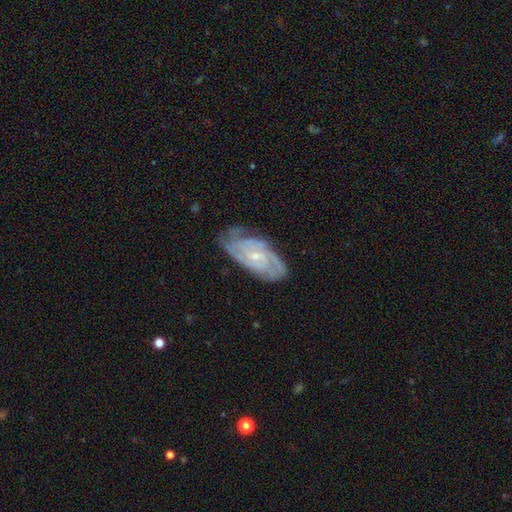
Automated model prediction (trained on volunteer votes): Morphology: type=featured or disk (85%); edge-on=no (95%); bar=no (53%); spiral arms=yes (96%); winding=tight (65%); arm count=3 (25%, tied with can't tell); bulge=small (72%); merging=none (70%).